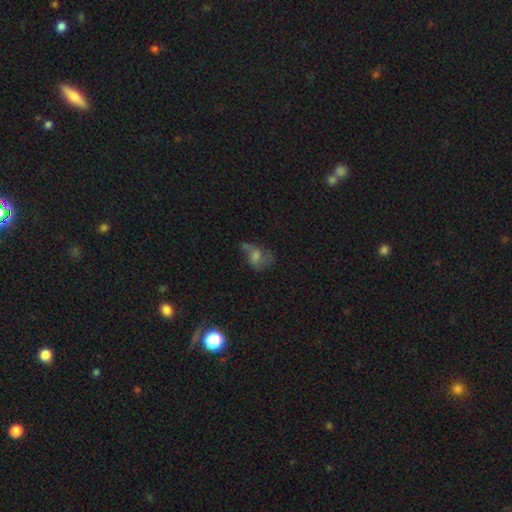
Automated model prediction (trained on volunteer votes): Q: Smooth or featured?
A: smooth (44%); runner-up: featured or disk (35%)
Q: Merging?
A: none (34%); runner-up: major disturbance (33%)